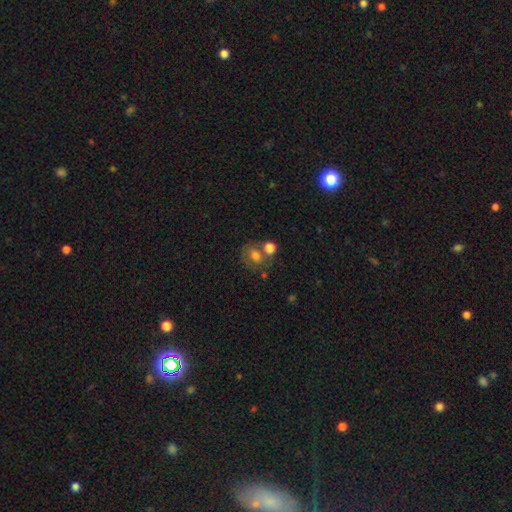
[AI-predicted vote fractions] Morphology: type=smooth (64%); roundness=round (55%); merging=none (46%).